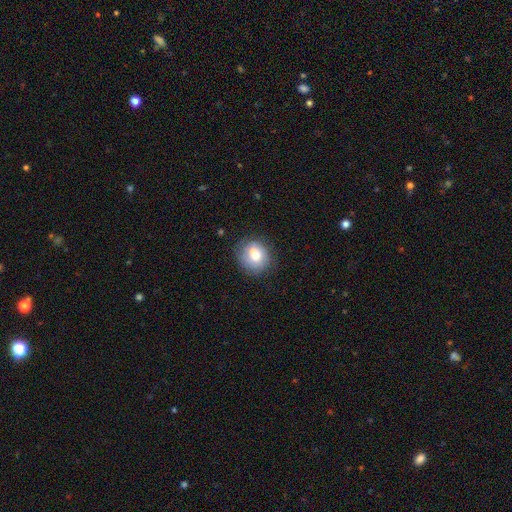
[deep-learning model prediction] Q: Smooth or featured?
A: smooth (70%); runner-up: featured or disk (21%)
Q: How rounded?
A: round (78%); runner-up: in between (21%)
Q: Merging?
A: none (65%); runner-up: minor disturbance (19%)